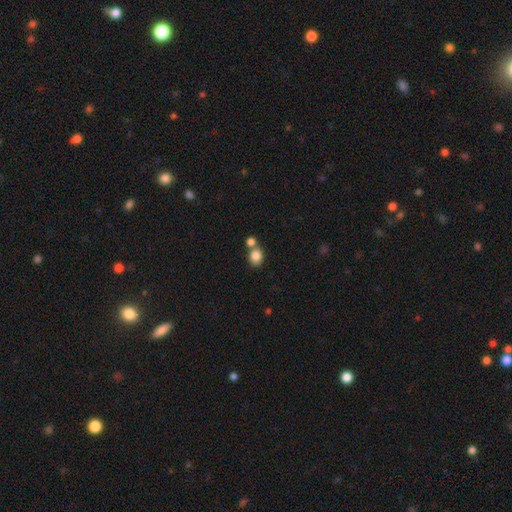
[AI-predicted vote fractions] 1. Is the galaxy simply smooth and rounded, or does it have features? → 84% smooth, 9% star or artifact, 6% featured or disk.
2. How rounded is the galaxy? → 58% round, 41% in between, 1% cigar-shaped.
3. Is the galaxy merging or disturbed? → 51% none, 36% merger, 9% minor disturbance, 3% major disturbance.